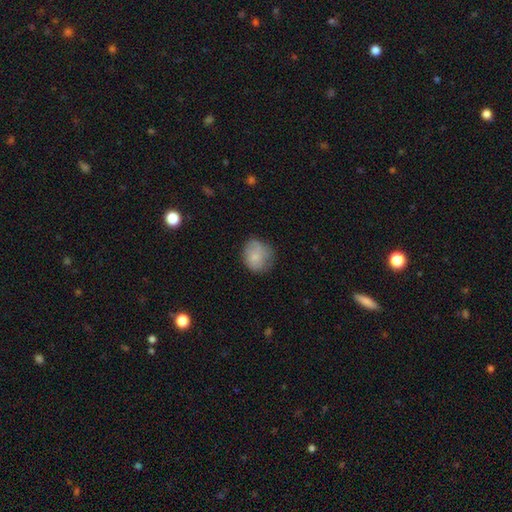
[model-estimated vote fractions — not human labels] Smooth or featured: smooth — 79% (featured or disk — 14%)
How rounded: round — 73% (in between — 26%)
Merging: none — 61% (minor disturbance — 28%)